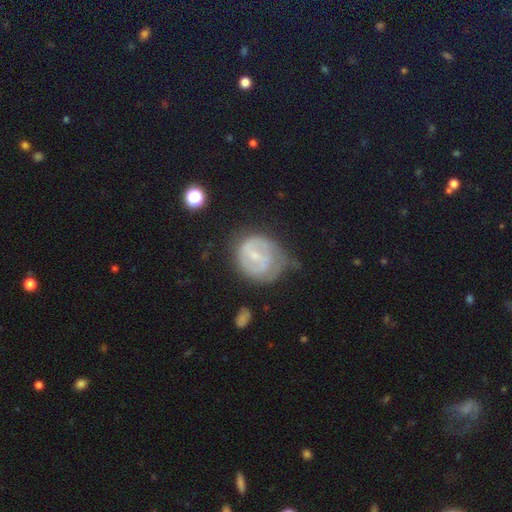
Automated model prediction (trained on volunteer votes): featured or disk 69%, smooth 25%, star or artifact 6%. Down the decision tree: edge-on disk — no (97%); bar — weak (56%); spiral arms — yes (81%); spiral arm count — 2 (63%); spiral winding — tight (44%); bulge size — small (63%); merging — none (44%).